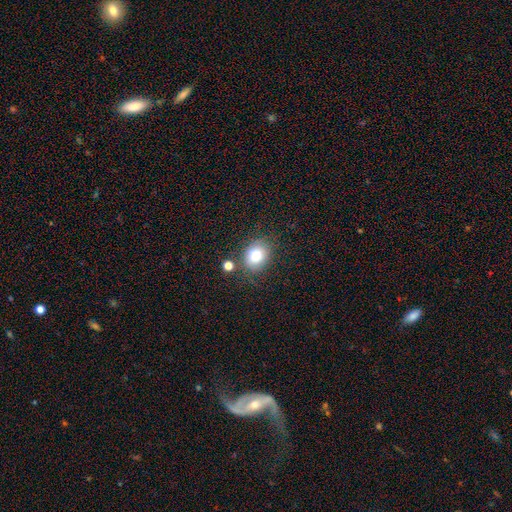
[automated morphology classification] This appears to be a smooth galaxy with no disk features (80%) that is in between round and cigar-shaped (51%). Merging: none (75%).